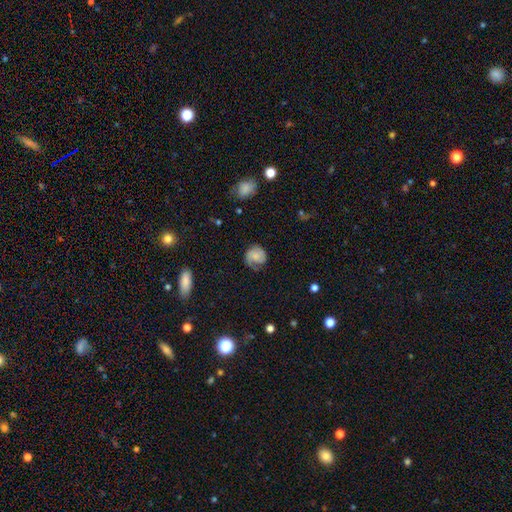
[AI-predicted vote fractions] This is possibly a smooth galaxy (51%). How rounded: likely round (77%). Merging: likely none (60%).